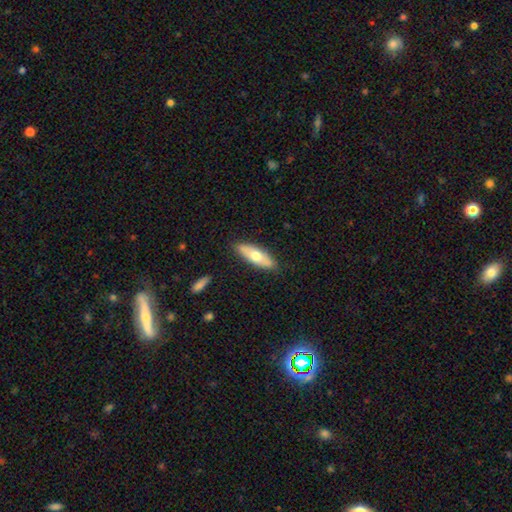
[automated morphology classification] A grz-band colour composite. It shows a smooth galaxy with no disk features (60%) that is in between round and cigar-shaped (59%). Merging: none (84%).